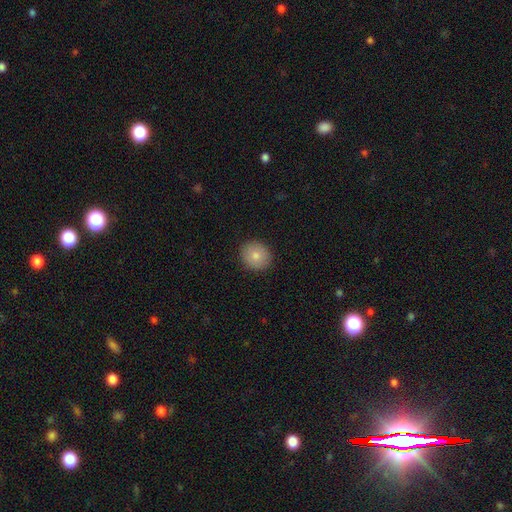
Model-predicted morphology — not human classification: Overall: smooth (81%). How rounded: round (81%). Merging: none (90%).